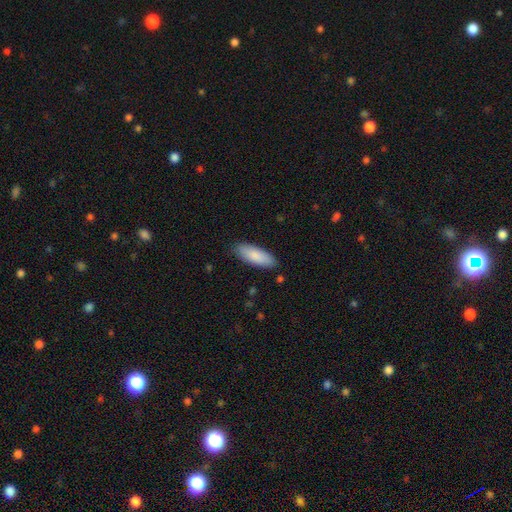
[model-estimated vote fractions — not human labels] Q: Smooth or featured?
A: smooth (87%); runner-up: featured or disk (8%)
Q: How rounded?
A: in between (63%); runner-up: cigar-shaped (35%)
Q: Merging?
A: none (86%); runner-up: minor disturbance (10%)